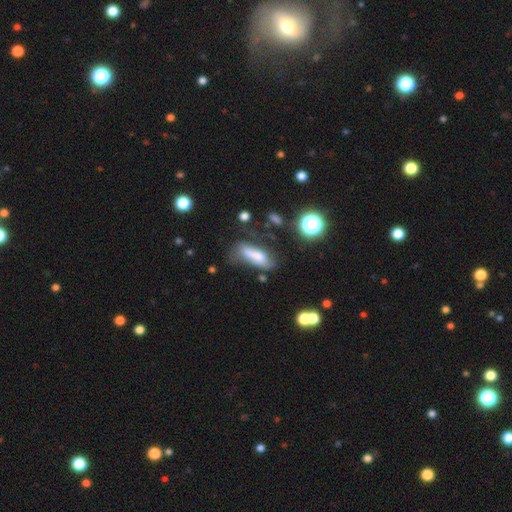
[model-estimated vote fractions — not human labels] A smooth galaxy with no disk features (66%) that is in between round and cigar-shaped (55%). Merging: none (39%).